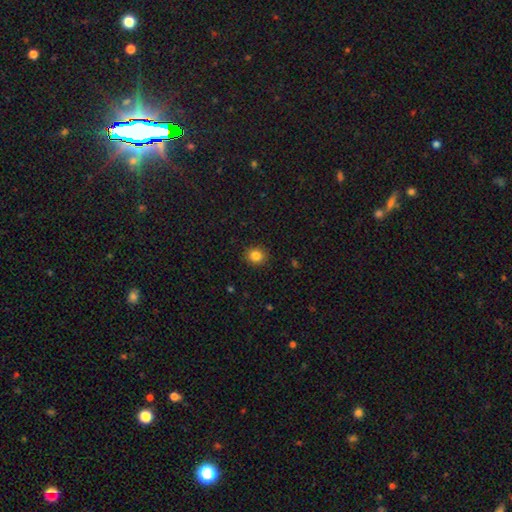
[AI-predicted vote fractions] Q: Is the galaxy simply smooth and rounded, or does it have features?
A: smooth — 84%.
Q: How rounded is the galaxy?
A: round — 79%.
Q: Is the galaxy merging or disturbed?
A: none — 90%.